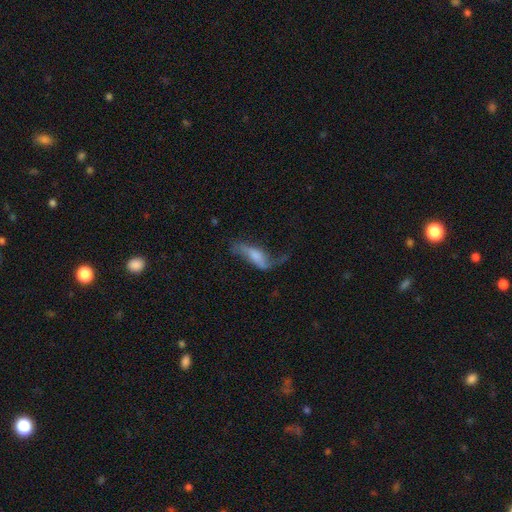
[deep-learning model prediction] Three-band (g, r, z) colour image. It shows a featured or disk galaxy (53%). Merging: none (40%).